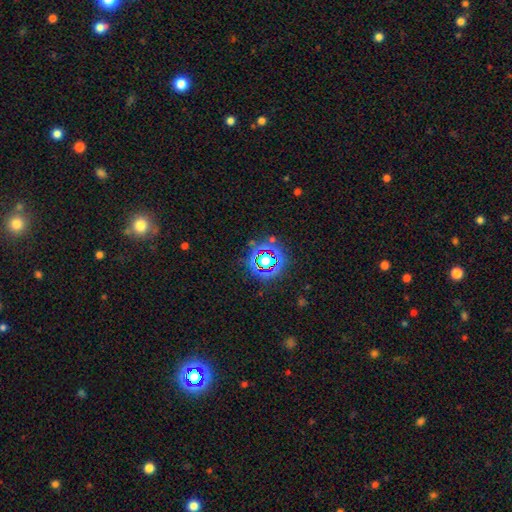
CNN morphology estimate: type=star or artifact (76%).